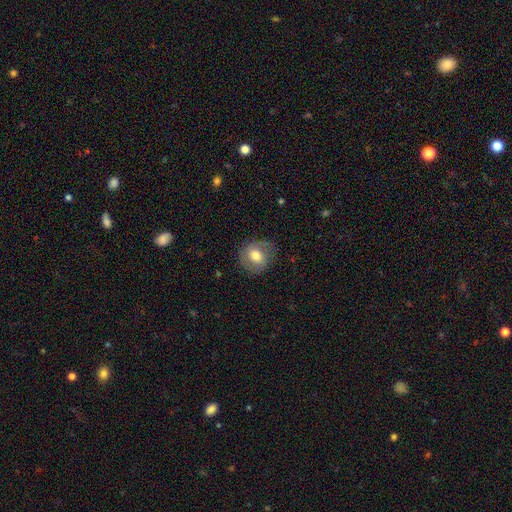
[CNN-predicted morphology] Smooth or featured? smooth (61%)
How rounded? round (77%)
Merging? none (74%)